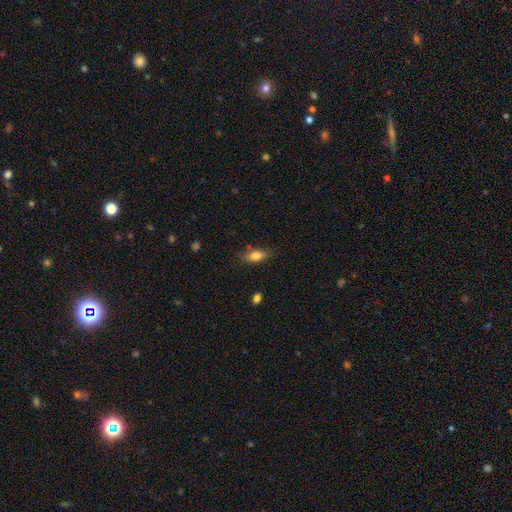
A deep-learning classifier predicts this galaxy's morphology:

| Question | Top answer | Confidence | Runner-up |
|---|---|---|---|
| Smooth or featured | smooth | 79% | featured or disk (13%) |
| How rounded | in between | 80% | cigar-shaped (16%) |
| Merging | none | 79% | minor disturbance (15%) |